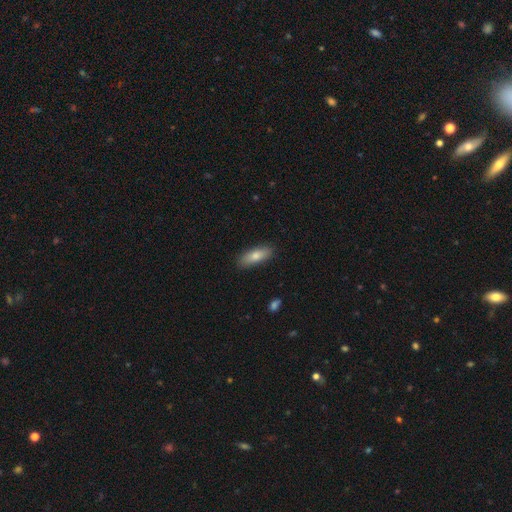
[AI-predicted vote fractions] Morphology: type=smooth (78%); roundness=in between (61%); merging=none (87%).